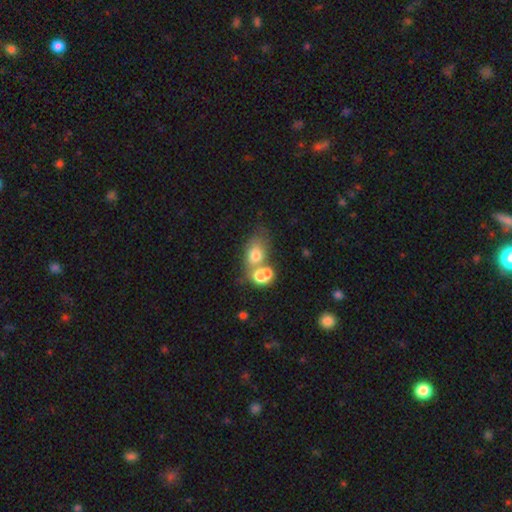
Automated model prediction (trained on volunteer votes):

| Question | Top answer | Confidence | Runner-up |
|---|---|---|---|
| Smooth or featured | smooth | 69% | featured or disk (19%) |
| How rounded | in between | 72% | round (26%) |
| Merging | merger | 59% | none (24%) |